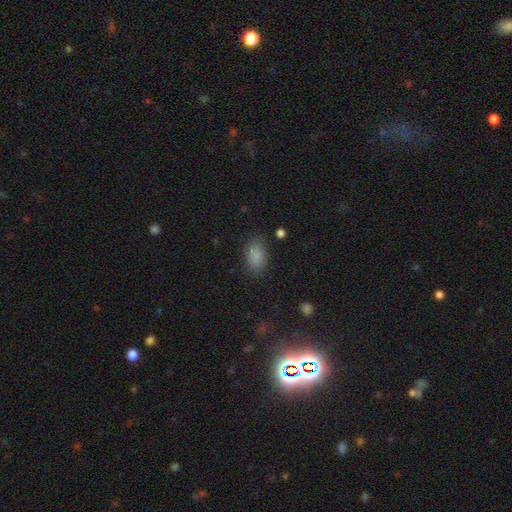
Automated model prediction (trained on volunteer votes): Smooth or featured?
  - smooth: 86% *
  - star or artifact: 10%
  - featured or disk: 5%
How rounded?
  - in between: 89% *
  - round: 10%
  - cigar-shaped: 2%
Merging?
  - none: 82% *
  - minor disturbance: 13%
  - major disturbance: 4%
  - merger: 2%